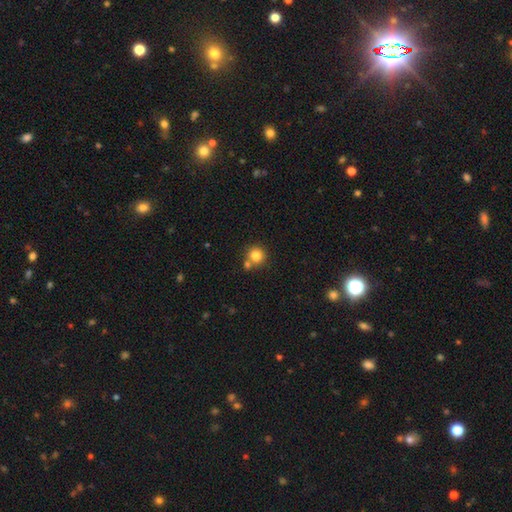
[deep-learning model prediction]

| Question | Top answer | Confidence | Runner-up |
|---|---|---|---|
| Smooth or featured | smooth | 82% | star or artifact (11%) |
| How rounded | round | 92% | in between (7%) |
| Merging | none | 64% | merger (25%) |